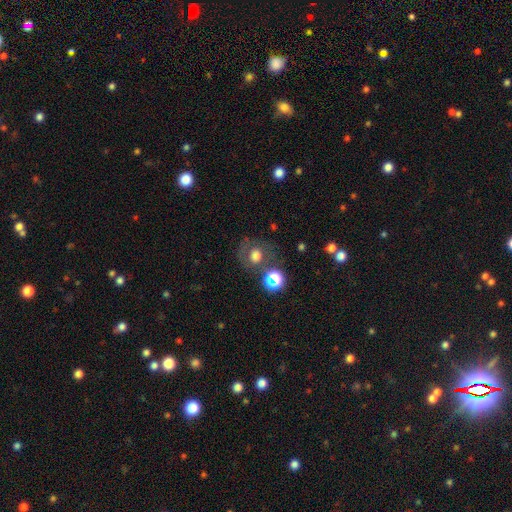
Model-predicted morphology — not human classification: The model was most divided on "smooth or featured": smooth: 63%, star or artifact: 19%, featured or disk: 18%. More confident: how rounded — round (79%); merging — none (64%).